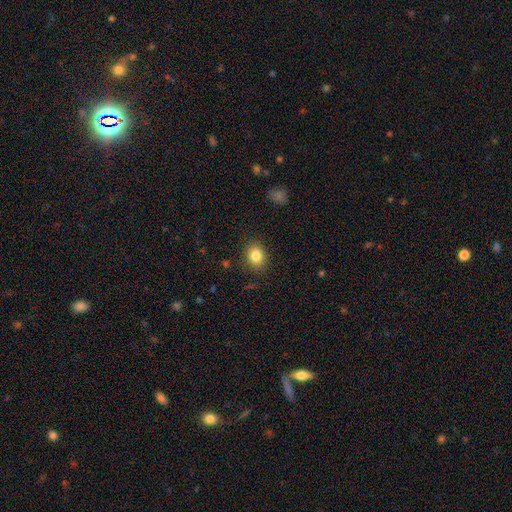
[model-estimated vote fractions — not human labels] Overall: smooth (83%). How rounded: round (53%; in between 46%). Merging: none (87%).